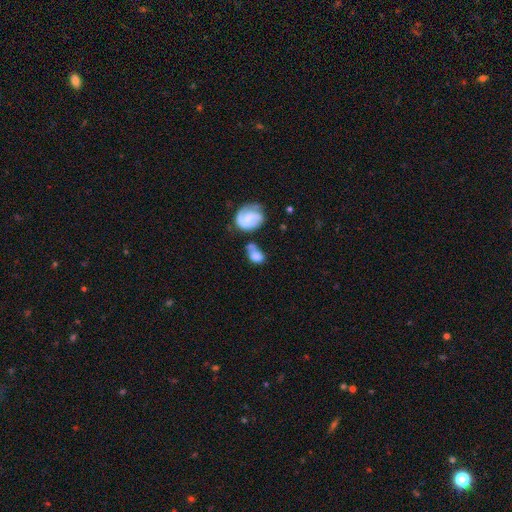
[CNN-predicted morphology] smooth 62%, featured or disk 29%, star or artifact 9%. Down the decision tree: how rounded — in between (69%); merging — none (33%).